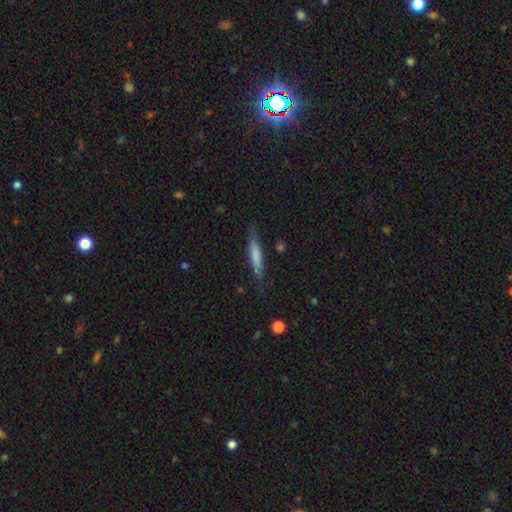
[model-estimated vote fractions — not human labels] Q: Smooth or featured?
A: smooth (66%); runner-up: featured or disk (28%)
Q: How rounded?
A: cigar-shaped (89%); runner-up: in between (9%)
Q: Merging?
A: none (79%); runner-up: minor disturbance (16%)